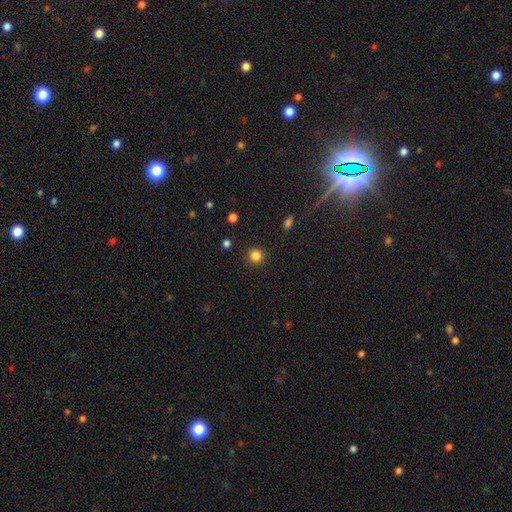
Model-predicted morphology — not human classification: Smooth or featured?
  - smooth: 84% *
  - star or artifact: 12%
  - featured or disk: 4%
How rounded?
  - round: 94% *
  - in between: 5%
  - cigar-shaped: 1%
Merging?
  - none: 91% *
  - minor disturbance: 6%
  - major disturbance: 2%
  - merger: 1%